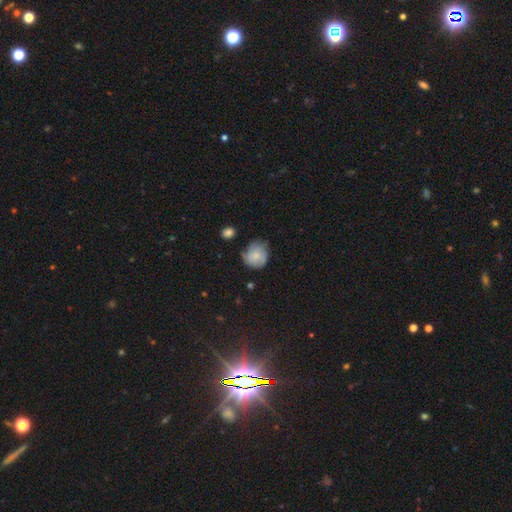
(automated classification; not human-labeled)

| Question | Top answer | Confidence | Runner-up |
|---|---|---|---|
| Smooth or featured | smooth | 71% | featured or disk (21%) |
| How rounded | round | 81% | in between (18%) |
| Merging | none | 58% | minor disturbance (32%) |